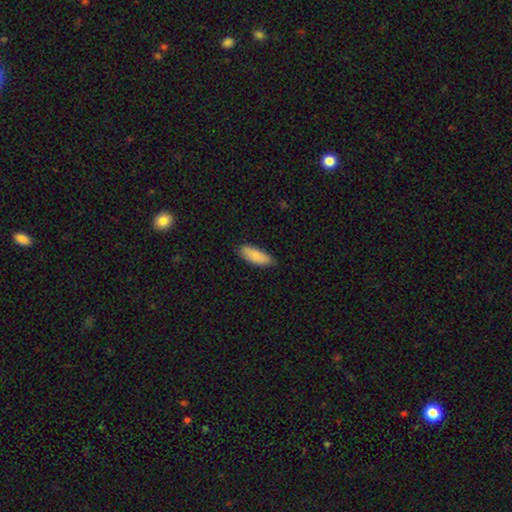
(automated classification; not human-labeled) Overall: smooth (87%). How rounded: in between (79%). Merging: none (83%).